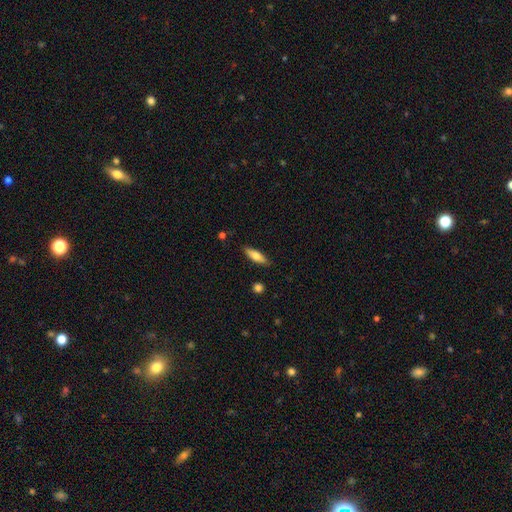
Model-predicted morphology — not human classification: Overall: smooth (71%). How rounded: cigar-shaped (53%; in between 45%). Merging: none (85%).